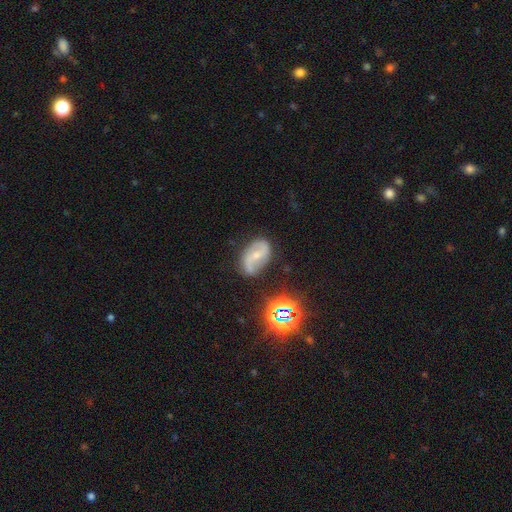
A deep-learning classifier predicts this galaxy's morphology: This appears to be a featured or disk galaxy (69%) with no bar (40%, tied with weak), 2 (85%) loose (49%) spiral arms (87%) and a small central bulge (60%). Merging: none (69%).